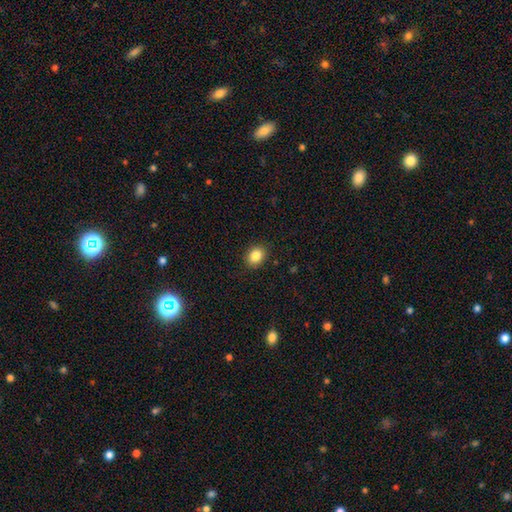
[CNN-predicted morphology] A smooth galaxy with no disk features (85%) that is in between round and cigar-shaped (51%). Merging: none (89%).